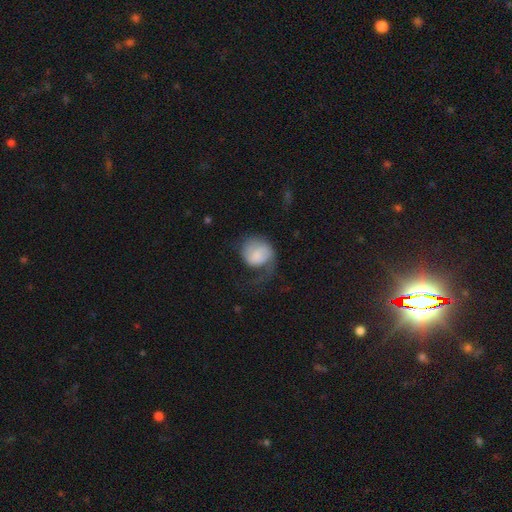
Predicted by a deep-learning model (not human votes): smooth_or_featured: smooth (p=0.57) [alt: featured or disk p=0.36]
how_rounded: round (p=0.73) [alt: in between p=0.26]
merging: major disturbance (p=0.46) [alt: none p=0.31]